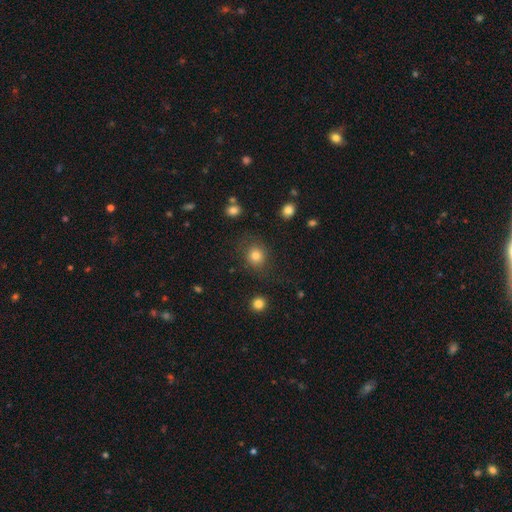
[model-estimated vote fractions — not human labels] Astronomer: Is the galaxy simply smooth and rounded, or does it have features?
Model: smooth — 80%.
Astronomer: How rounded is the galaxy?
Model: round — 77%.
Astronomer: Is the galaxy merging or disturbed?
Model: none — 78%.